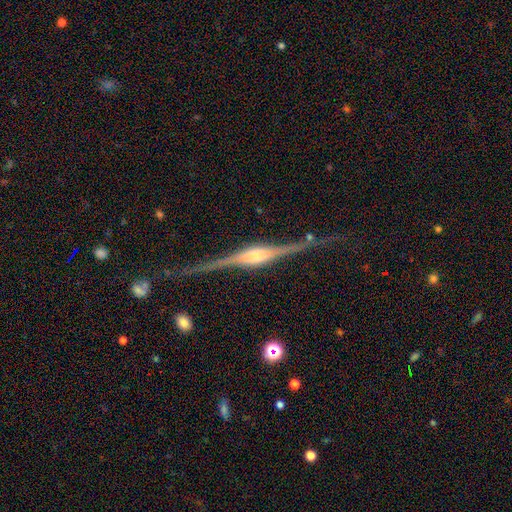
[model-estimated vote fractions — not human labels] A featured or disk galaxy (89%) viewed edge-on (98%) with a rounded central bulge (82%). Merging: none (80%).